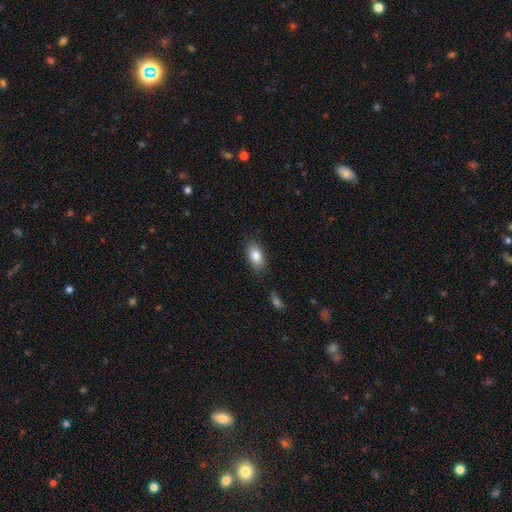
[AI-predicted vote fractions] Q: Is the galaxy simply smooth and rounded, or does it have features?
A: smooth — 85%.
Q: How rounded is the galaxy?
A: in between — 91%.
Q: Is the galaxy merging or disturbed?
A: none — 83%.